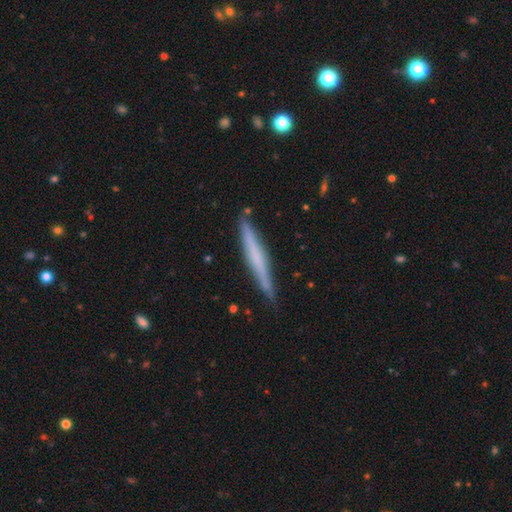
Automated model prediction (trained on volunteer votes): The model was most divided on "smooth or featured": smooth: 50%, featured or disk: 44%, star or artifact: 6%. More confident: how rounded — cigar-shaped (96%); merging — none (86%).